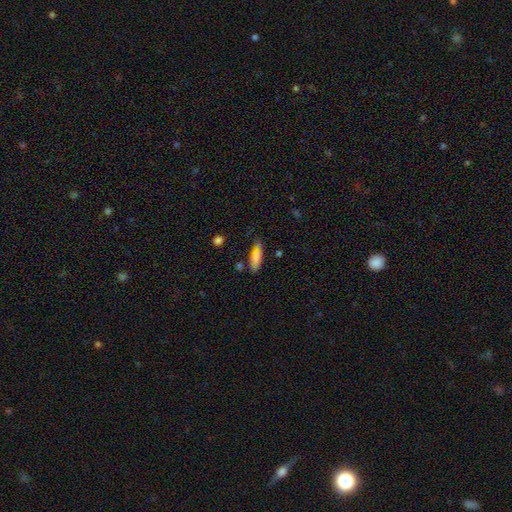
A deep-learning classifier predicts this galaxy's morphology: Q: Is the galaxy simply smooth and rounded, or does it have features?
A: smooth — 77%.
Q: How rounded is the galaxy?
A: in between — 55%.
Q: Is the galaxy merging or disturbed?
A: none — 74%.